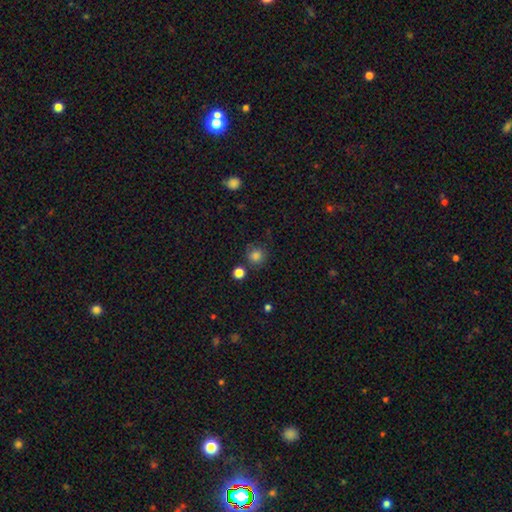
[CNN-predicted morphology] smooth_or_featured: smooth (p=0.83) [alt: star or artifact p=0.12]
how_rounded: round (p=0.92) [alt: in between p=0.07]
merging: none (p=0.79) [alt: minor disturbance p=0.11]